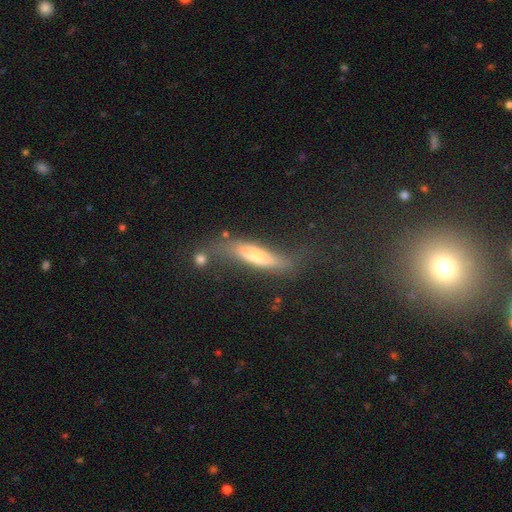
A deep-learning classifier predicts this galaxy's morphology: Smooth or featured? featured or disk (47%)
Merging? none (48%)